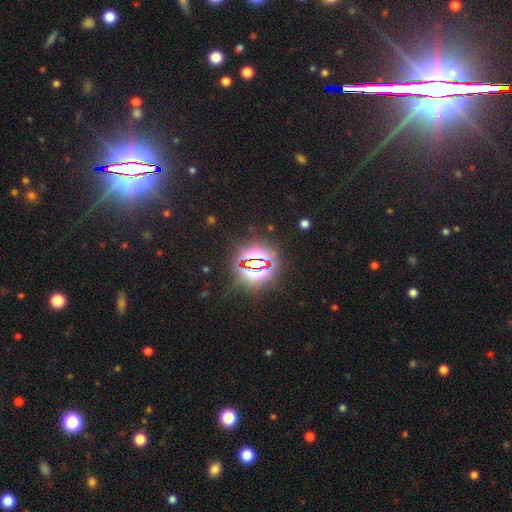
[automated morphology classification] Q: Smooth or featured?
A: star or artifact (84%); runner-up: smooth (9%)